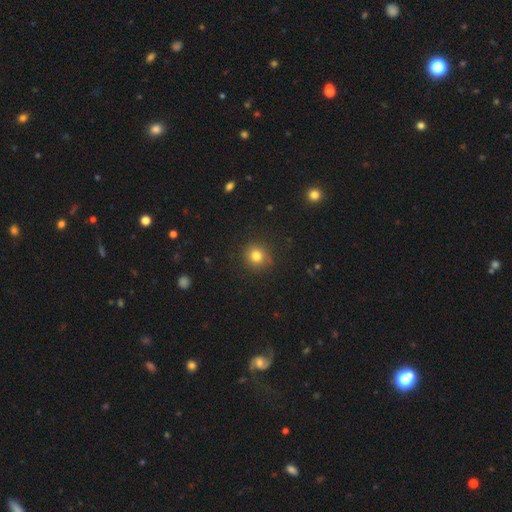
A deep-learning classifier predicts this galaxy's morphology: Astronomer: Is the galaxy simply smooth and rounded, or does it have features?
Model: smooth — 80%.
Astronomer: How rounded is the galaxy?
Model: round — 90%.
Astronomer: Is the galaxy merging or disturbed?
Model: none — 86%.